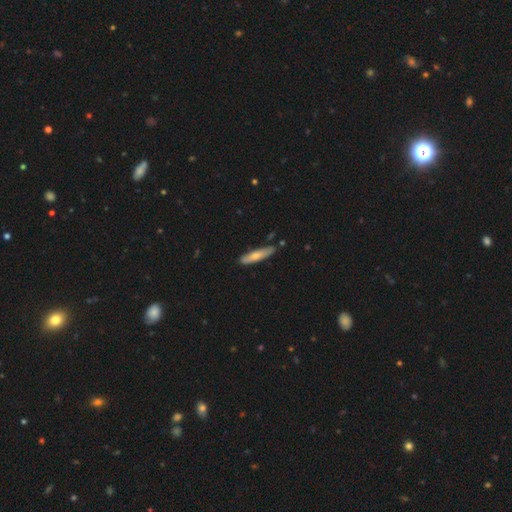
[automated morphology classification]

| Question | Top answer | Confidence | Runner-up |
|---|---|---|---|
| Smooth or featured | smooth | 68% | featured or disk (26%) |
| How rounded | cigar-shaped | 83% | in between (16%) |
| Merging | none | 80% | minor disturbance (15%) |